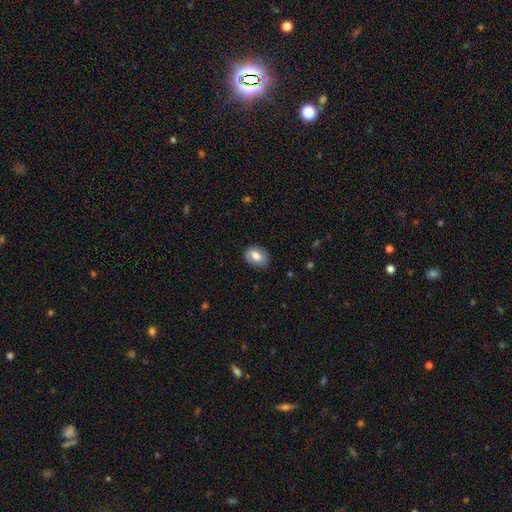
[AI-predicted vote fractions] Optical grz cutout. It shows a smooth galaxy with no disk features (73%) that is in between round and cigar-shaped (77%). Merging: none (78%).